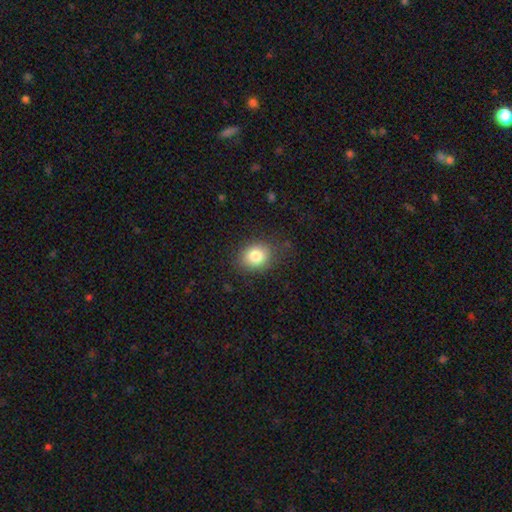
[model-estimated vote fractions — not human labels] The model was most divided on "how rounded": round: 57%, in between: 42%, cigar-shaped: 1%. More confident: smooth or featured — smooth (82%); merging — none (80%).